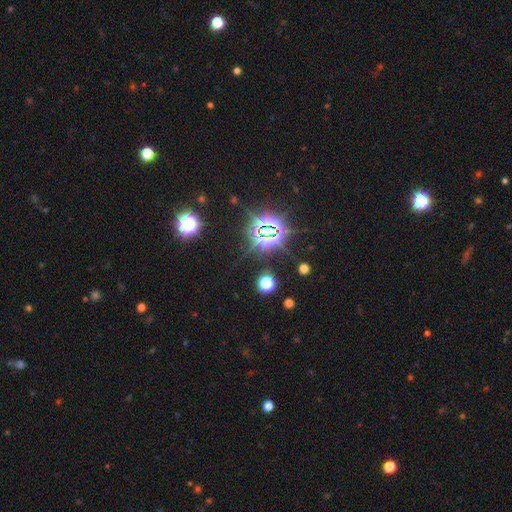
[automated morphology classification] This appears to be a star or artifact, not a galaxy (80%).